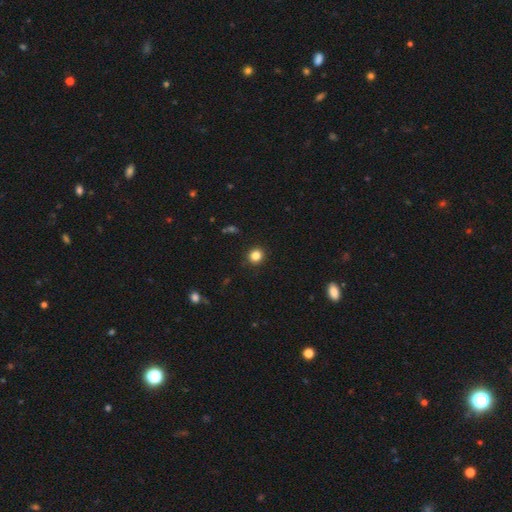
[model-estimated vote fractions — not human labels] This is clearly a smooth galaxy (83%). How rounded: clearly round (87%). Merging: clearly none (91%).